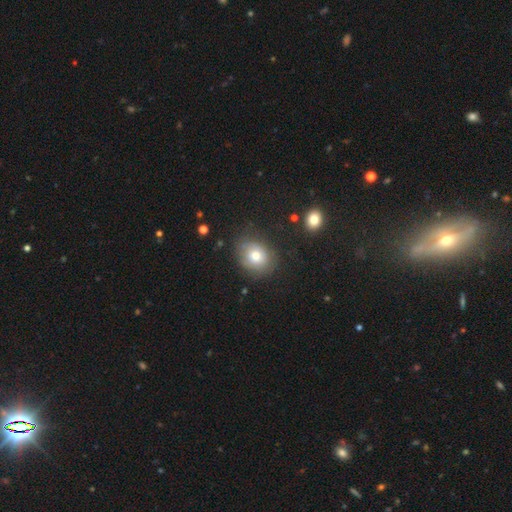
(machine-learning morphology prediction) A smooth galaxy with no disk features (68%) that is round (51%). Merging: none (73%).